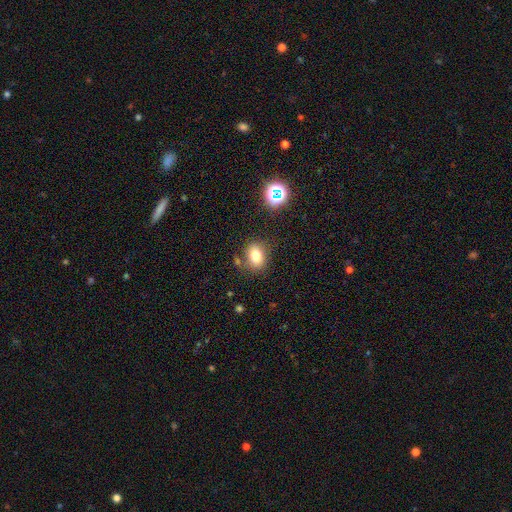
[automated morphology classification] Smooth or featured?
  - smooth: 77% *
  - star or artifact: 13%
  - featured or disk: 10%
How rounded?
  - in between: 64% *
  - round: 34%
  - cigar-shaped: 1%
Merging?
  - none: 75% *
  - minor disturbance: 14%
  - merger: 6%
  - major disturbance: 4%